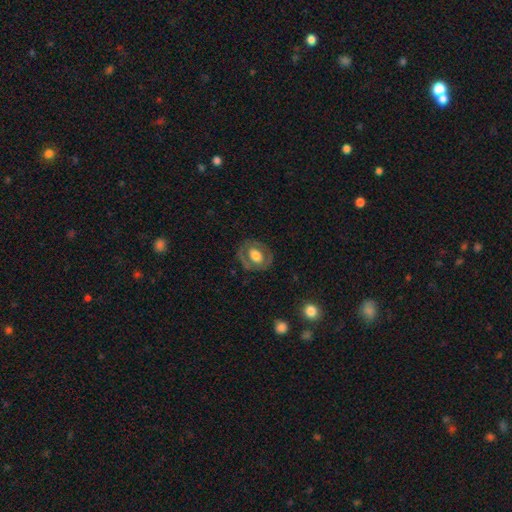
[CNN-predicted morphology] smooth_or_featured: featured or disk (p=0.52) [alt: smooth p=0.42]
disk_edge_on: no (p=0.94) [alt: yes p=0.06]
merging: none (p=0.74) [alt: minor disturbance p=0.16]